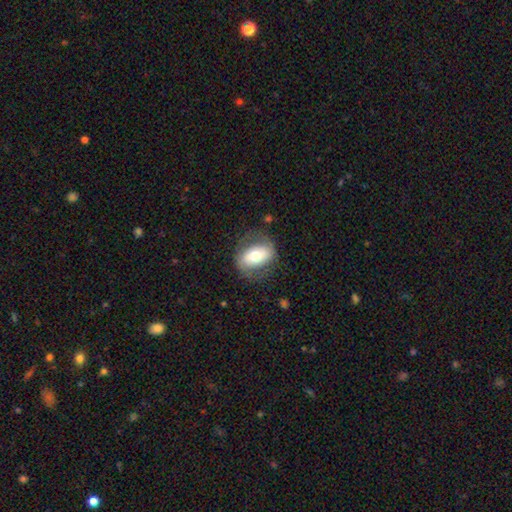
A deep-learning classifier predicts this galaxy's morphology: This appears to be a smooth galaxy with no disk features (54%) that is in between round and cigar-shaped (74%). Merging: none (71%).